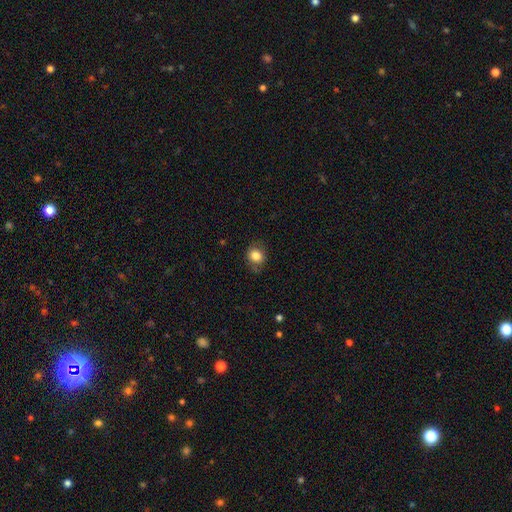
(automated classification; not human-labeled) A smooth galaxy with no disk features (83%) that is round (73%).

Vote fractions:
- Smooth or featured? smooth: 83% / star or artifact: 10% / featured or disk: 8%
- How rounded? round: 73% / in between: 26% / cigar-shaped: 1%
- Merging? none: 74% / minor disturbance: 19% / major disturbance: 5% / merger: 1%